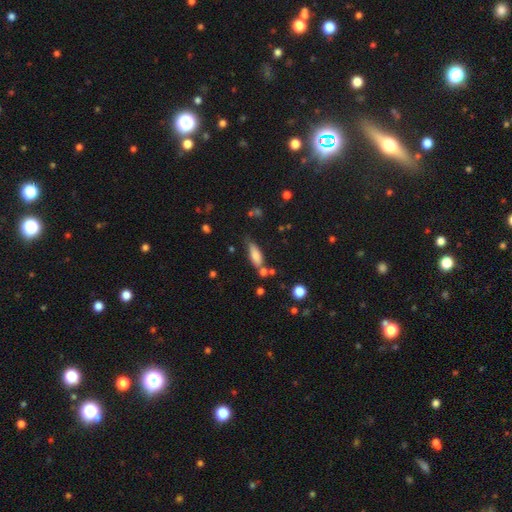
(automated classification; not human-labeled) Smooth or featured? smooth (76%)
How rounded? in between (61%)
Merging? none (56%)